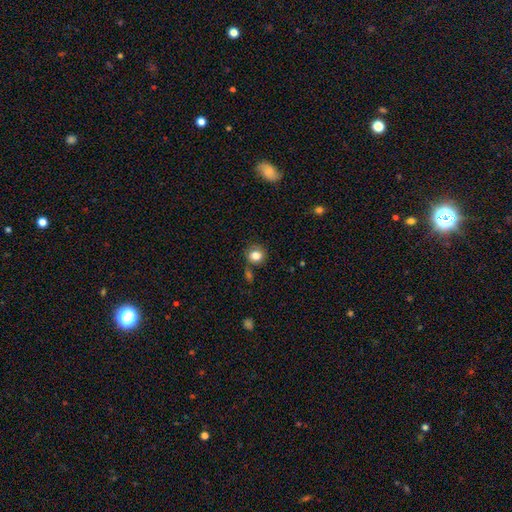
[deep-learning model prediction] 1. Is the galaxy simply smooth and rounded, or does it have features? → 82% smooth, 11% star or artifact, 7% featured or disk.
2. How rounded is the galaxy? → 84% round, 16% in between, 1% cigar-shaped.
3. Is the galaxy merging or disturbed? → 76% none, 13% minor disturbance, 8% merger, 4% major disturbance.